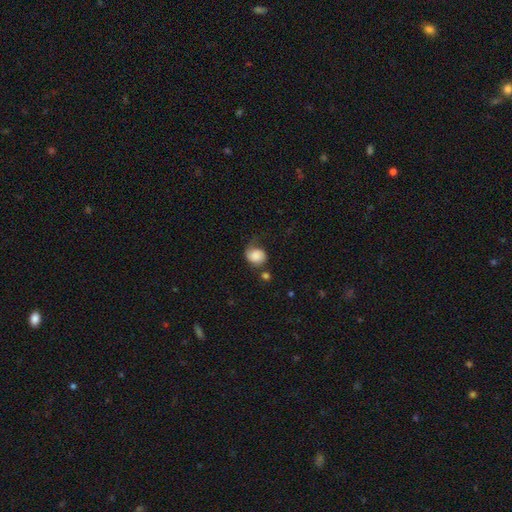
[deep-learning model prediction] Overall: smooth (71%). How rounded: round (66%; in between 33%). Merging: none (39%; minor disturbance 31%).